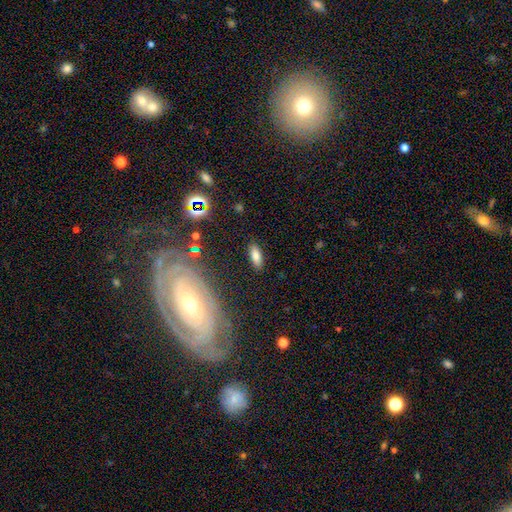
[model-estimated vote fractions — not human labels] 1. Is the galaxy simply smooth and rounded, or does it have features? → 79% smooth, 11% featured or disk, 10% star or artifact.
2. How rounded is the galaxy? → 79% in between, 19% cigar-shaped, 3% round.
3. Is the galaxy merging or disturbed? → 87% none, 9% minor disturbance, 3% major disturbance, 2% merger.